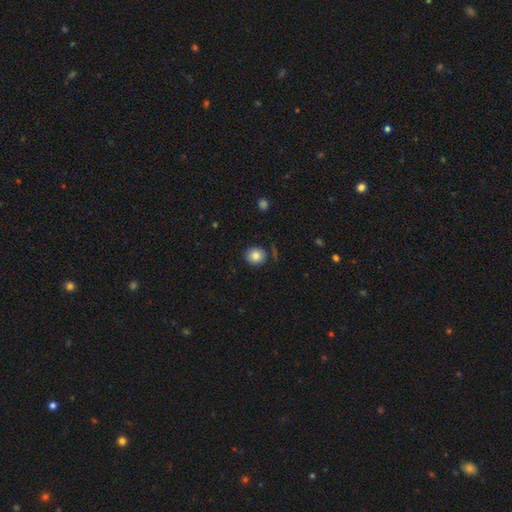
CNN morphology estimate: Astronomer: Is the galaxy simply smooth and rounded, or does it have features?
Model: smooth — 82%.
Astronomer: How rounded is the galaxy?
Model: round — 86%.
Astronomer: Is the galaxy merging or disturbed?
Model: none — 83%.